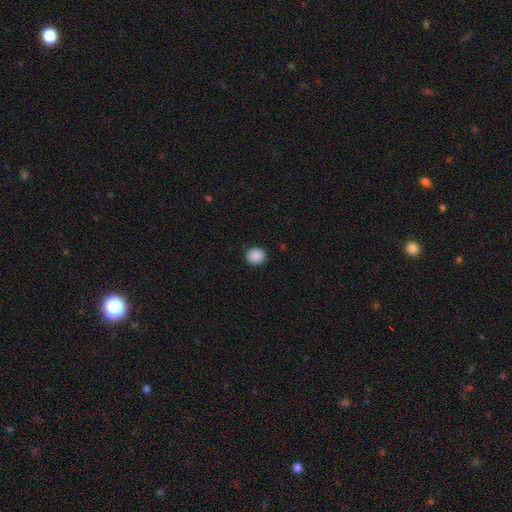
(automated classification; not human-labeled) Smooth or featured: smooth — 89% (star or artifact — 8%)
How rounded: round — 83% (in between — 17%)
Merging: none — 91% (minor disturbance — 6%)